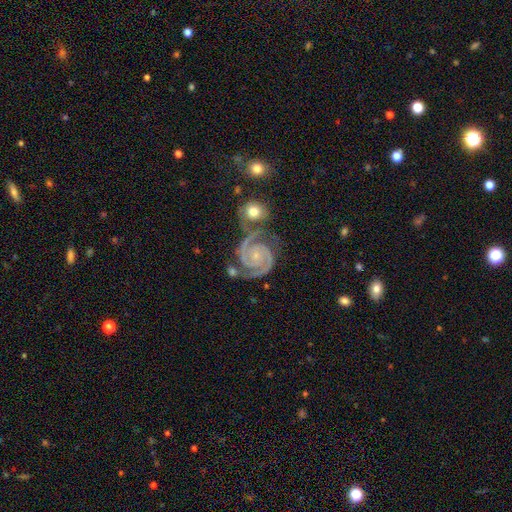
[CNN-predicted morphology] Smooth or featured? featured or disk (93%)
Edge-on disk? no (98%)
Bar? no (75%)
Spiral arms? yes (99%)
Spiral winding? tight (69%)
Spiral arm count? 2 (88%)
Bulge size? small (78%)
Merging? none (66%)